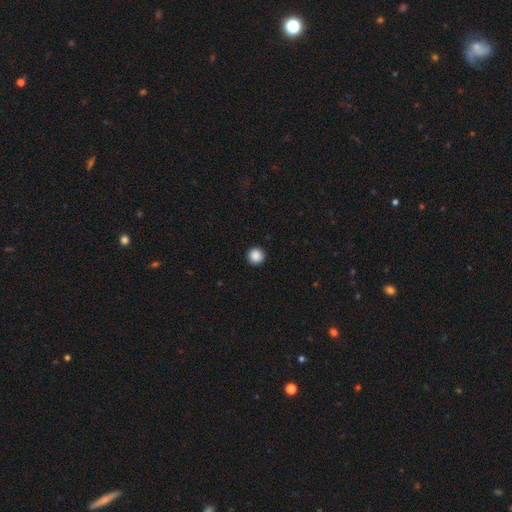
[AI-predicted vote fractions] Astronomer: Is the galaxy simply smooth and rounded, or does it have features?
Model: smooth — 88%.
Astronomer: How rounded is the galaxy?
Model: round — 96%.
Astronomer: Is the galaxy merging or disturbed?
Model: none — 93%.